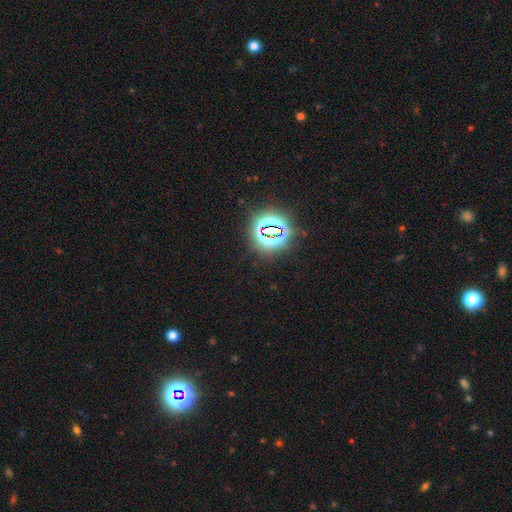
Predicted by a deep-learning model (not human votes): This appears to be a star or artifact, not a galaxy (81%).